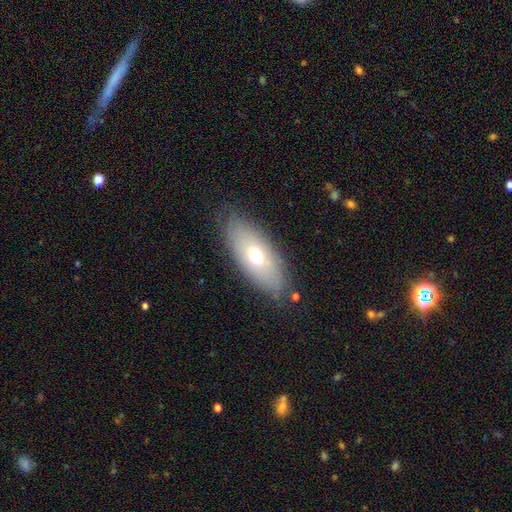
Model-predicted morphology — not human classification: Overall: smooth (63%; featured or disk 29%). How rounded: in between (83%). Merging: none (81%).